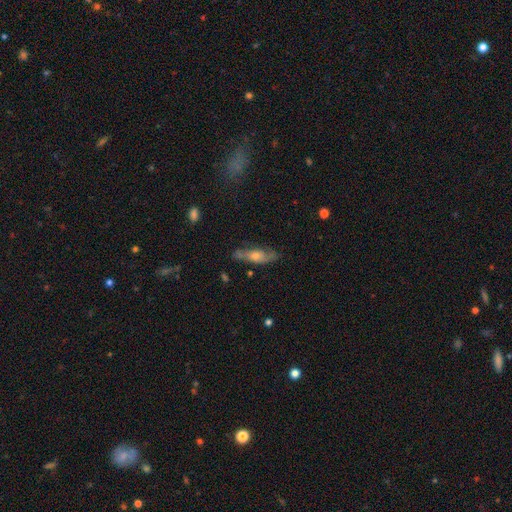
Overall: featured or disk (76%). Edge-on disk: no (69%; yes 31%). Bar: no (65%; weak 35%). Spiral arms: yes (75%). Spiral arm count: 2 (53%; can't tell 33%). Spiral winding: medium (60%; tight 20%). Bulge size: moderate (50%; small 35%). Merging: none (74%).